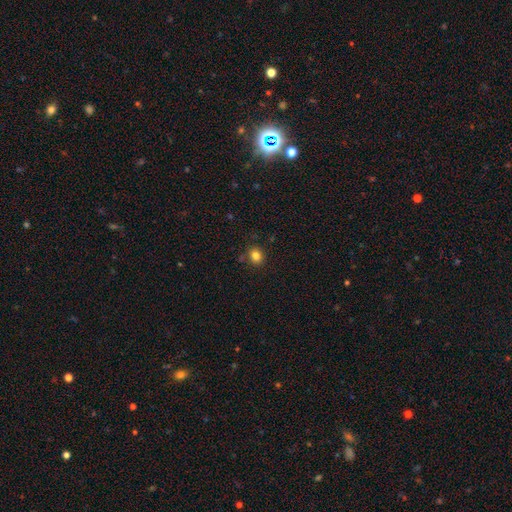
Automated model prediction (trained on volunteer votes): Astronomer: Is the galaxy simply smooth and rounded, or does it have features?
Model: smooth — 82%.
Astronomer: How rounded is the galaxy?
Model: round — 72%.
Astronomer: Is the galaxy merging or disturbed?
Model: none — 84%.